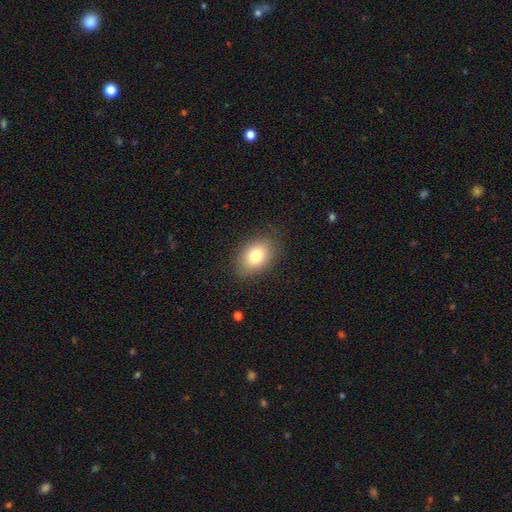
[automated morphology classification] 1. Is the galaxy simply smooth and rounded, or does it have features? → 80% smooth, 11% featured or disk, 9% star or artifact.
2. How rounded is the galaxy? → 80% in between, 19% round, 1% cigar-shaped.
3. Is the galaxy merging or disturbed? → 83% none, 13% minor disturbance, 4% major disturbance, 1% merger.